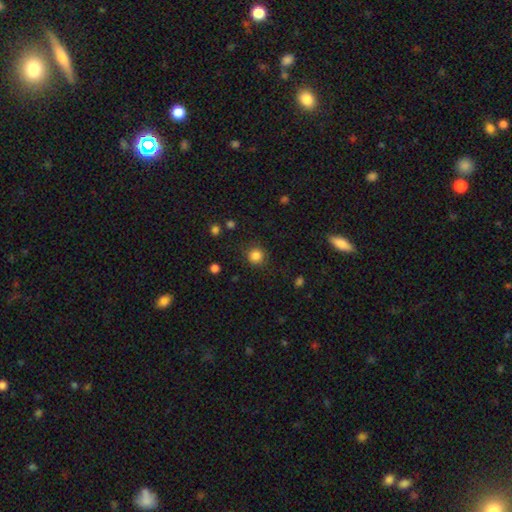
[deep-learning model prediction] Smooth or featured: smooth — 84% (star or artifact — 12%)
How rounded: round — 93% (in between — 6%)
Merging: none — 86% (minor disturbance — 9%)